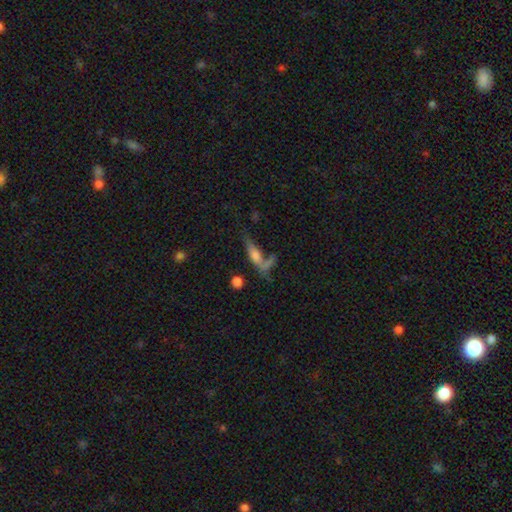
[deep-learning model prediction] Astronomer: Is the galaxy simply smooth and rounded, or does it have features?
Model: smooth — 55% (runner-up: featured or disk, 34%).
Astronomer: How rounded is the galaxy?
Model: cigar-shaped — 59% (runner-up: in between, 36%).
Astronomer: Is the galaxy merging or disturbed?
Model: none — 44% (runner-up: merger, 24%).